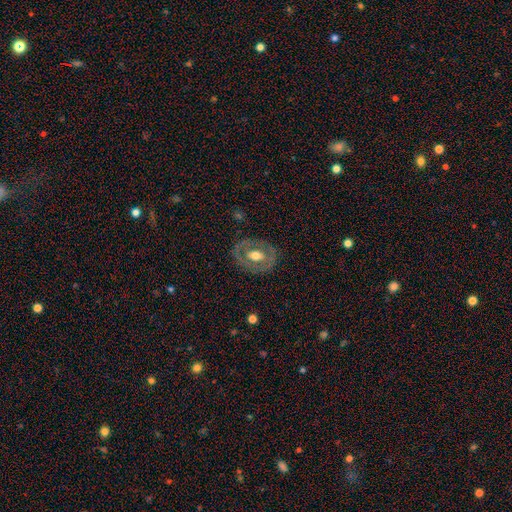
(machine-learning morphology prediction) featured or disk 56%, smooth 39%, star or artifact 6%. Down the decision tree: edge-on disk — no (93%); bar — no (64%); spiral arms — no (83%); bulge size — moderate (67%); merging — none (80%).